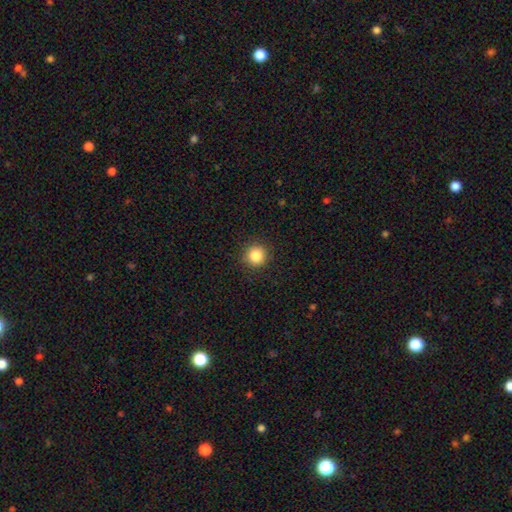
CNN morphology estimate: This is clearly a smooth galaxy (85%). How rounded: clearly round (94%). Merging: clearly none (91%).